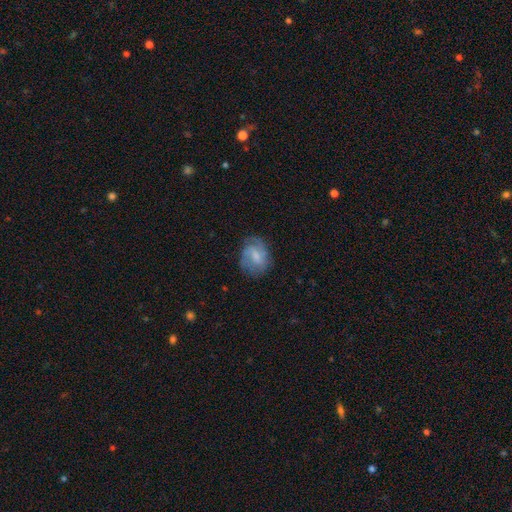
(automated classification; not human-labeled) Smooth or featured? featured or disk (52%)
Edge-on disk? no (97%)
Bar? weak (51%)
Spiral arms? yes (79%)
Bulge size? moderate (35%)
Merging? none (64%)